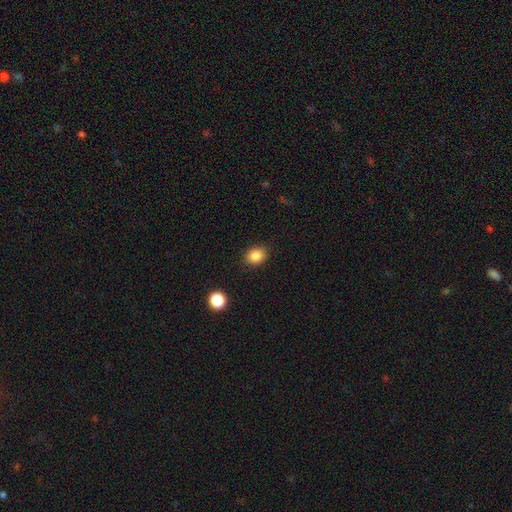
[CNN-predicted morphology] A smooth galaxy with no disk features (85%) that is in between round and cigar-shaped (53%). Merging: none (88%).